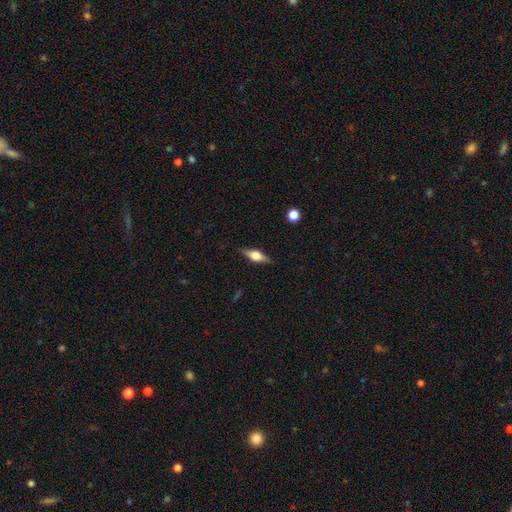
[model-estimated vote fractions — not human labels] A featured or disk galaxy (56%) viewed edge-on (94%) with a rounded central bulge (90%).

Vote fractions:
- Smooth or featured? featured or disk: 56% / smooth: 37% / star or artifact: 8%
- Edge-on disk? yes: 94% / no: 6%
- Edge-on bulge? rounded: 90% / boxy: 9% / none: 1%
- Merging? none: 86% / minor disturbance: 10% / major disturbance: 2% / merger: 1%